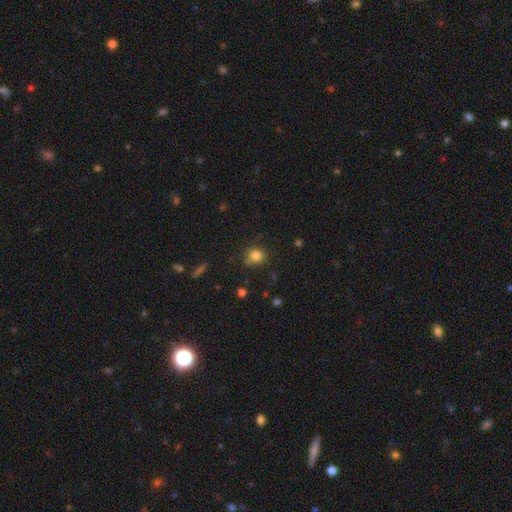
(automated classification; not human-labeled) Smooth or featured? smooth (81%)
How rounded? round (86%)
Merging? none (74%)